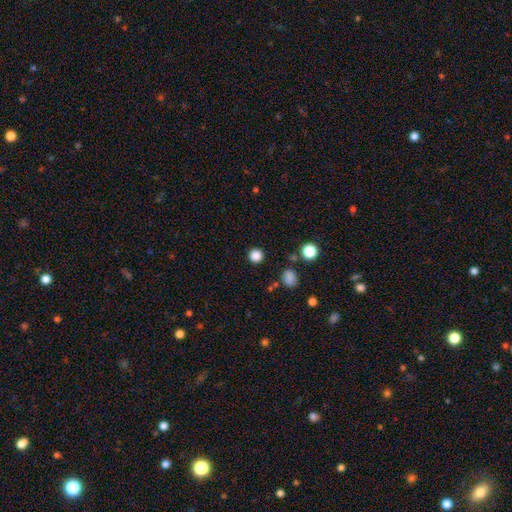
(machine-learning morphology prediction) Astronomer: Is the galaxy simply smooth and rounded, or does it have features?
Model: smooth — 83%.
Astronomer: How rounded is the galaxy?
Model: round — 94%.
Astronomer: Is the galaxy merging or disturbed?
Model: none — 89%.